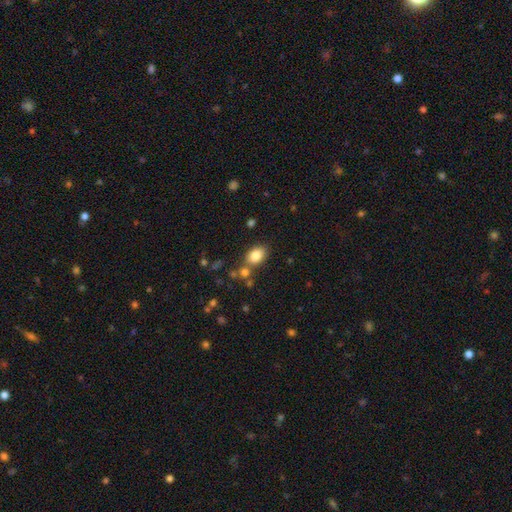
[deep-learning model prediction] smooth-or-featured: smooth: 82% | star or artifact: 9% | featured or disk: 8%
  how-rounded: in between: 79% | round: 20% | cigar-shaped: 1%
  merging: none: 71% | merger: 13% | minor disturbance: 12% | major disturbance: 4%